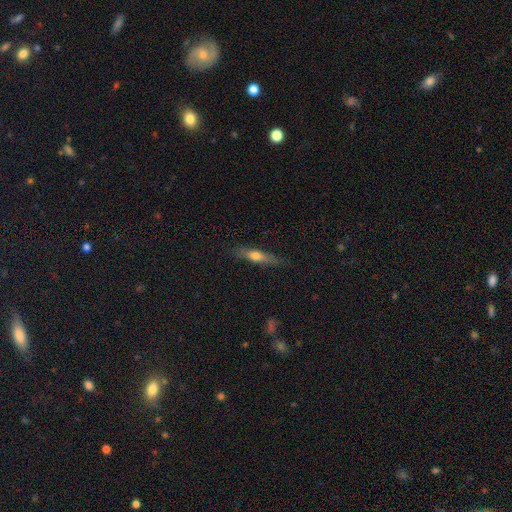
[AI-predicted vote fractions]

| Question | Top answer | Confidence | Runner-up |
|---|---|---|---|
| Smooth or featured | smooth | 50% | featured or disk (43%) |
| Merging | none | 82% | minor disturbance (13%) |